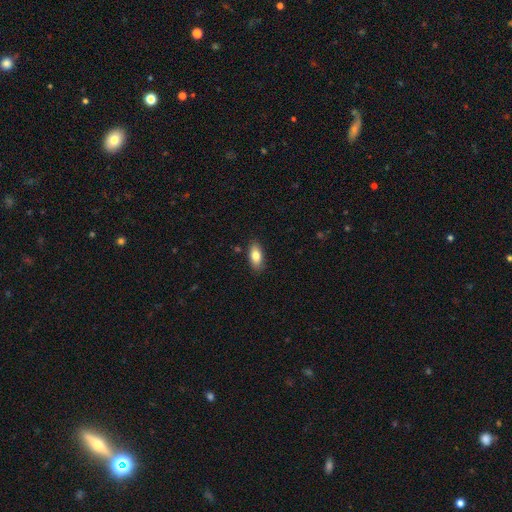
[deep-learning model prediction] Smooth or featured? Predicted: smooth (p=0.82). How rounded? Predicted: in between (p=0.88). Merging? Predicted: none (p=0.86).